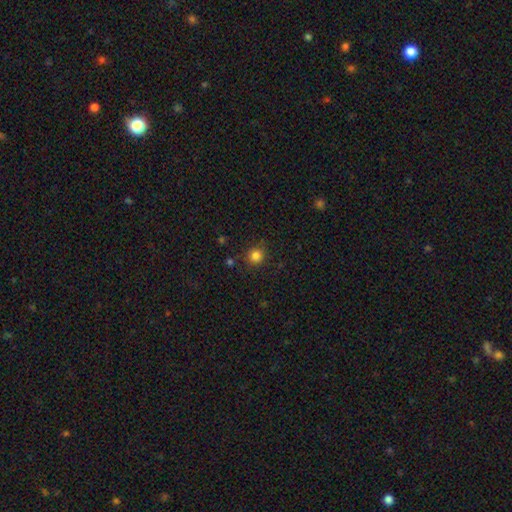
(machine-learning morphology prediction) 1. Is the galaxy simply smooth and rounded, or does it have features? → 83% smooth, 13% star or artifact, 4% featured or disk.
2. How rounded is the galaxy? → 92% round, 7% in between, 1% cigar-shaped.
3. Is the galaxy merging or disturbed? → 85% none, 10% minor disturbance, 3% major disturbance, 2% merger.